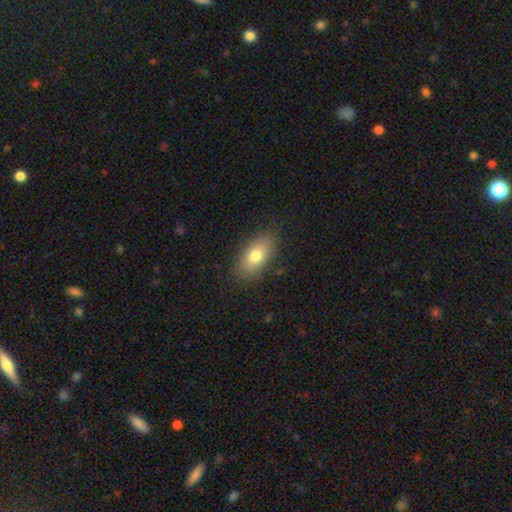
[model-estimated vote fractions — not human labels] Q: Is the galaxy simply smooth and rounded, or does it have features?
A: smooth — 78%.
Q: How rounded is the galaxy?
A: in between — 89%.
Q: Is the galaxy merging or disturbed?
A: none — 83%.